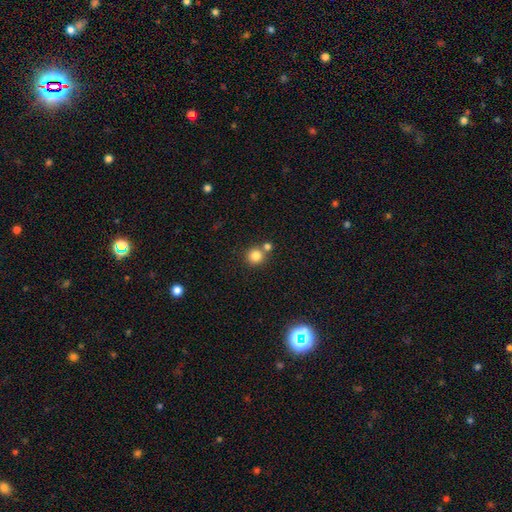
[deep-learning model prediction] Smooth or featured?
  - smooth: 82% *
  - star or artifact: 12%
  - featured or disk: 6%
How rounded?
  - round: 93% *
  - in between: 6%
  - cigar-shaped: 1%
Merging?
  - none: 66% *
  - merger: 24%
  - minor disturbance: 7%
  - major disturbance: 2%